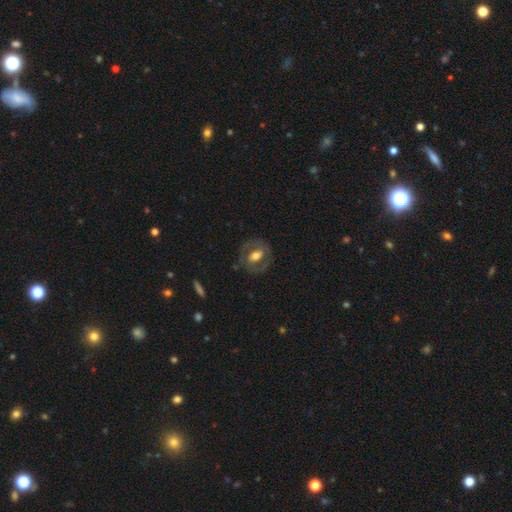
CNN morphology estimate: The model was most divided on "bar": no: 43%, weak: 35%, strong: 22%. More confident: edge-on disk — no (94%); merging — none (78%); bulge size — moderate (65%); smooth or featured — featured or disk (61%); spiral arms — no (55%).